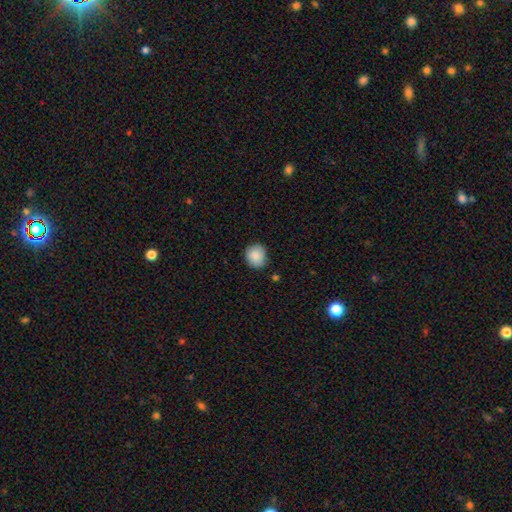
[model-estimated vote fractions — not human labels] Overall: smooth (88%). How rounded: round (79%). Merging: none (81%).